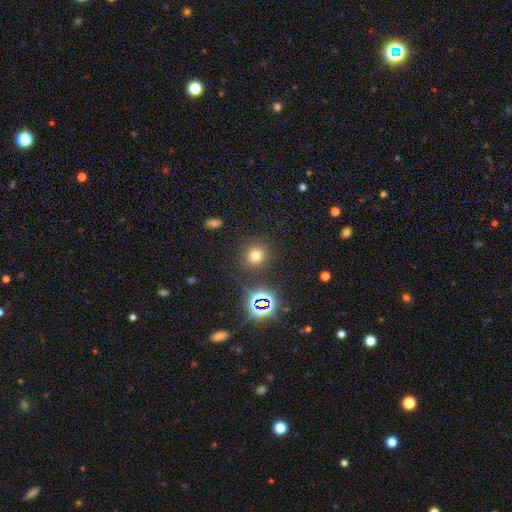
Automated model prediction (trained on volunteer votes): This is likely a smooth galaxy (68%). How rounded: clearly round (88%). Merging: clearly none (87%).